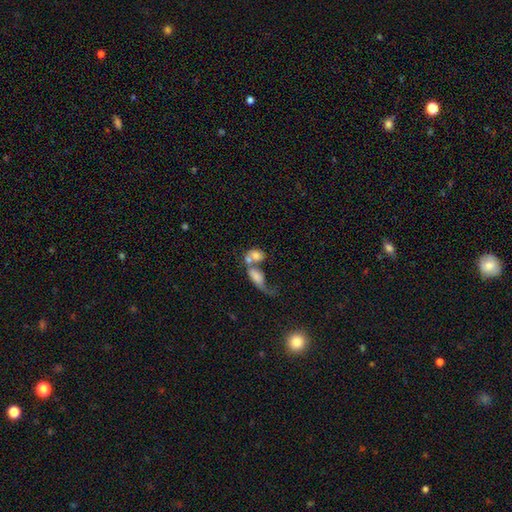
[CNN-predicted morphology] Q: Smooth or featured?
A: smooth (62%); runner-up: featured or disk (28%)
Q: How rounded?
A: in between (70%); runner-up: round (25%)
Q: Merging?
A: merger (64%); runner-up: none (15%)